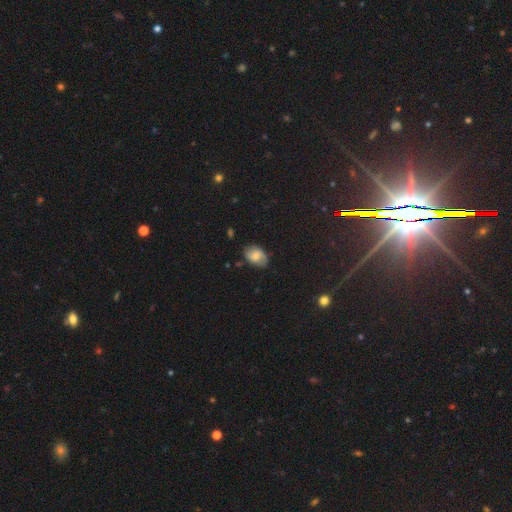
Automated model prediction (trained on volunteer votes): Smooth or featured?
  - smooth: 64% *
  - featured or disk: 26%
  - star or artifact: 10%
How rounded?
  - in between: 85% *
  - round: 14%
  - cigar-shaped: 1%
Merging?
  - none: 73% *
  - minor disturbance: 21%
  - major disturbance: 4%
  - merger: 2%